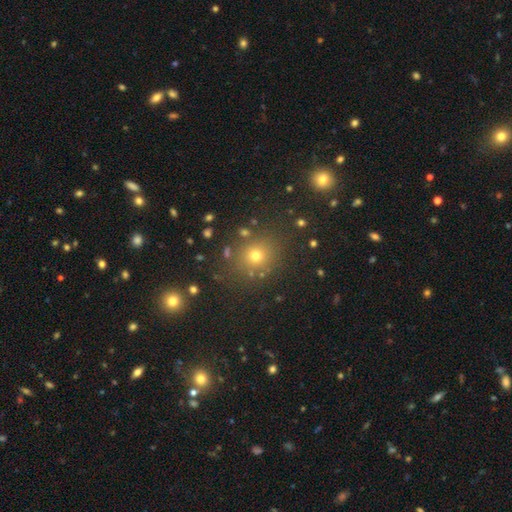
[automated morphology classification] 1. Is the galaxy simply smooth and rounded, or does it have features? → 68% smooth, 24% star or artifact, 9% featured or disk.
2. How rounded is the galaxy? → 83% round, 16% in between, 1% cigar-shaped.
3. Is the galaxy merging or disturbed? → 83% none, 9% minor disturbance, 4% merger, 4% major disturbance.